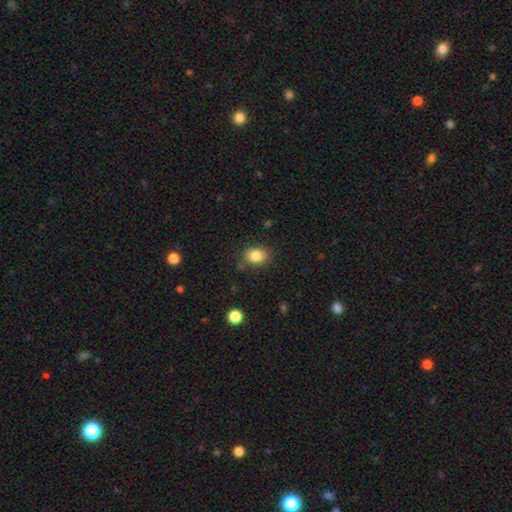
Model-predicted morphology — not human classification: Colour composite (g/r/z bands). It shows a smooth galaxy with no disk features (85%) that is in between round and cigar-shaped (60%). Merging: none (81%).